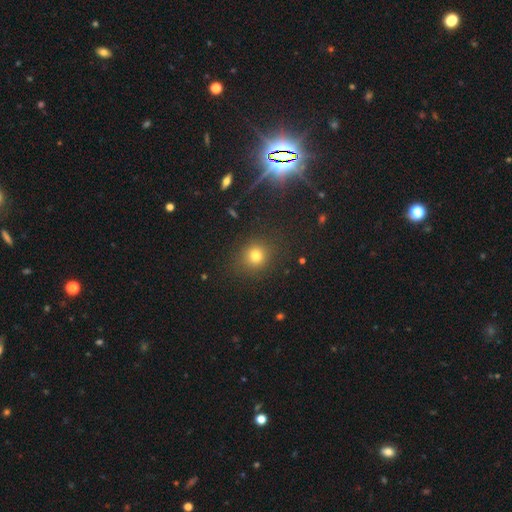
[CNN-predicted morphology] Smooth or featured? Predicted: smooth (p=0.75). How rounded? Predicted: round (p=0.86). Merging? Predicted: none (p=0.86).